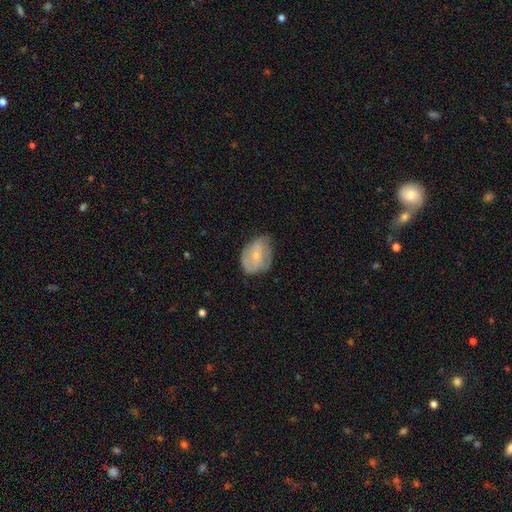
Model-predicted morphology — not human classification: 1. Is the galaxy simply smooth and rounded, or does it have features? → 52% smooth, 41% featured or disk, 7% star or artifact.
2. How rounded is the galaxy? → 71% in between, 27% round, 1% cigar-shaped.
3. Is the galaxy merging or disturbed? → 59% none, 30% minor disturbance, 9% major disturbance, 1% merger.